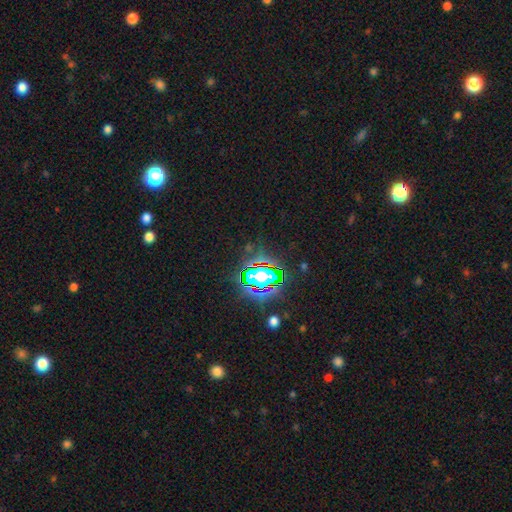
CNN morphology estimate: Smooth or featured: star or artifact — 82% (smooth — 11%)